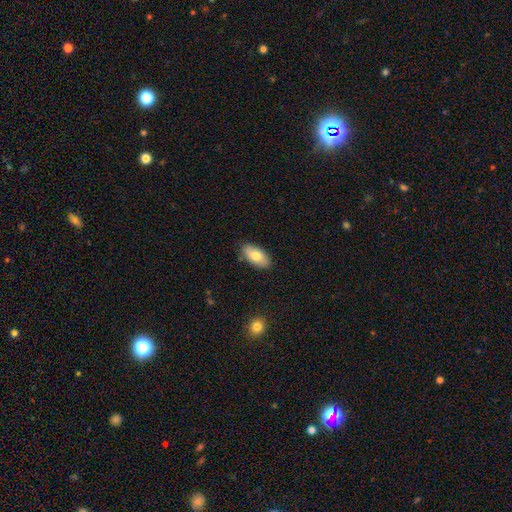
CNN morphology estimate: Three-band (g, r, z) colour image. It shows a smooth galaxy with no disk features (78%) that is in between round and cigar-shaped (92%). Merging: none (86%).